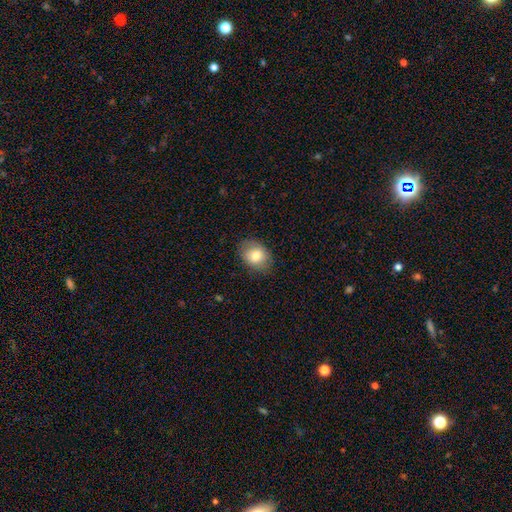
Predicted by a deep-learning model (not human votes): smooth_or_featured: smooth (p=0.80) [alt: featured or disk p=0.12]
how_rounded: in between (p=0.64) [alt: round p=0.35]
merging: none (p=0.79) [alt: minor disturbance p=0.16]